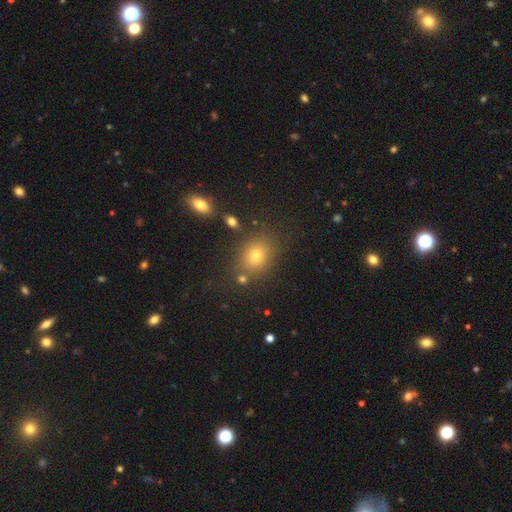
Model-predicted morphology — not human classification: This appears to be a smooth galaxy with no disk features (72%) that is in between round and cigar-shaped (55%). Merging: none (78%).